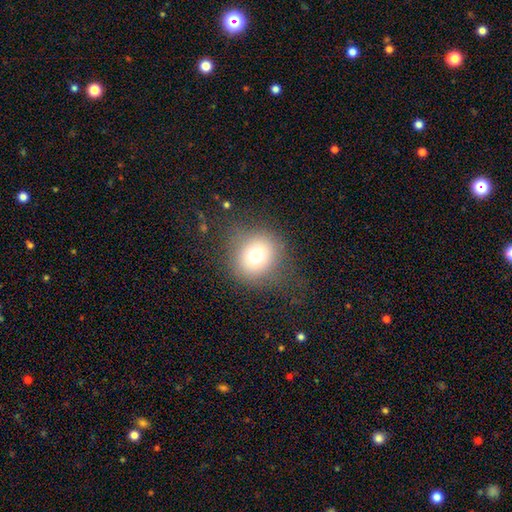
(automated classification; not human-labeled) This is likely a smooth galaxy (70%). How rounded: clearly round (85%). Merging: likely none (74%).